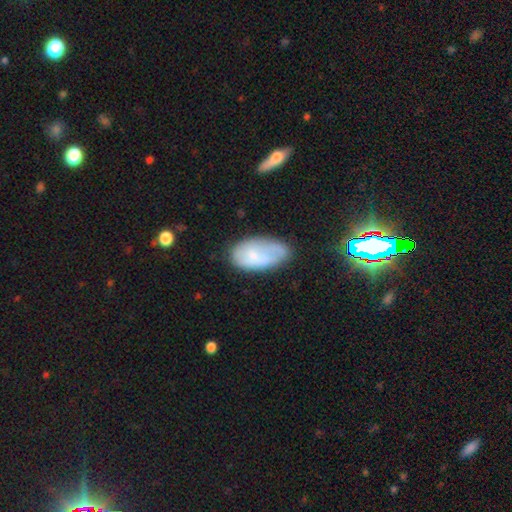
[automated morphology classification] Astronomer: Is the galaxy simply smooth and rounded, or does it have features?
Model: smooth — 62%.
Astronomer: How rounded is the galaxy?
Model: in between — 94%.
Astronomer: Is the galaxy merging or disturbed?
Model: none — 54% (runner-up: minor disturbance, 30%).